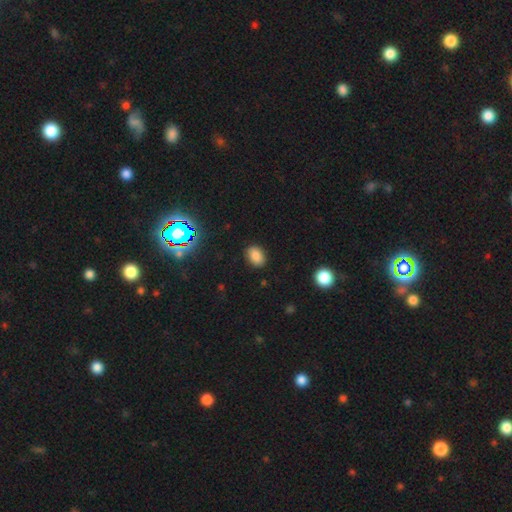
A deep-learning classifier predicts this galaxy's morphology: The model was most divided on "how rounded": in between: 79%, round: 19%, cigar-shaped: 1%. More confident: merging — none (87%); smooth or featured — smooth (82%).